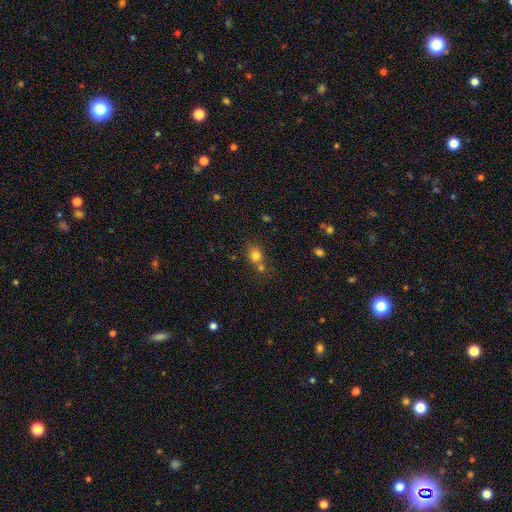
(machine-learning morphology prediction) smooth_or_featured: smooth (p=0.78) [alt: star or artifact p=0.13]
how_rounded: round (p=0.69) [alt: in between p=0.30]
merging: none (p=0.53) [alt: merger p=0.30]